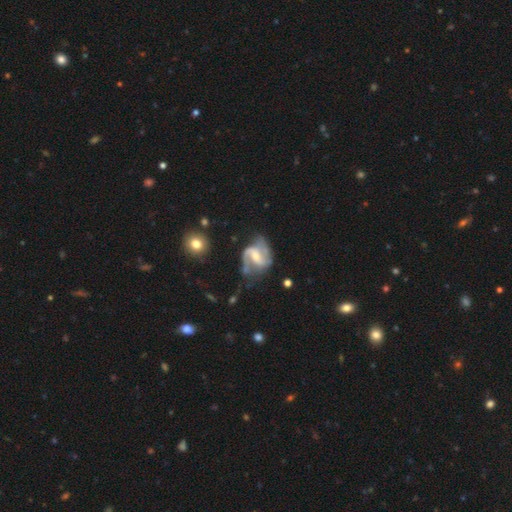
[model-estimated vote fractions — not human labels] Morphology: type=featured or disk (88%); edge-on=no (98%); bar=weak (49%); spiral arms=yes (96%); winding=medium (50%); arm count=2 (84%); bulge=moderate (46%); merging=none (57%).